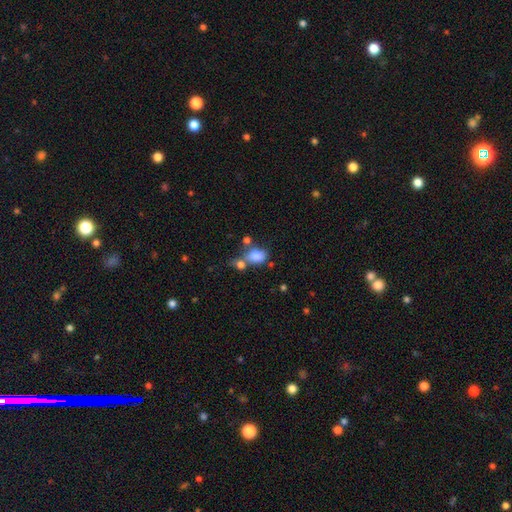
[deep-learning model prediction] Smooth or featured? smooth (81%)
How rounded? in between (76%)
Merging? none (41%)